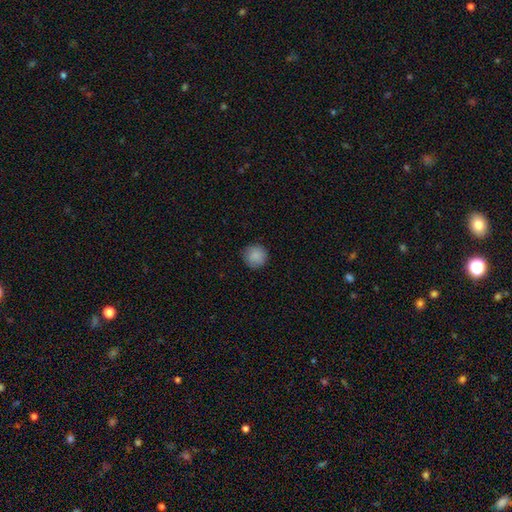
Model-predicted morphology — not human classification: type=smooth (88%); roundness=round (95%); merging=none (89%).